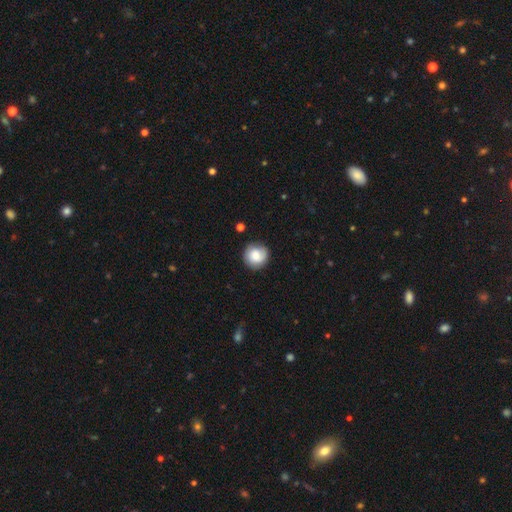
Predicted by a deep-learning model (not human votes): smooth 72%, featured or disk 20%, star or artifact 8%. Down the decision tree: how rounded — round (92%); merging — none (83%).